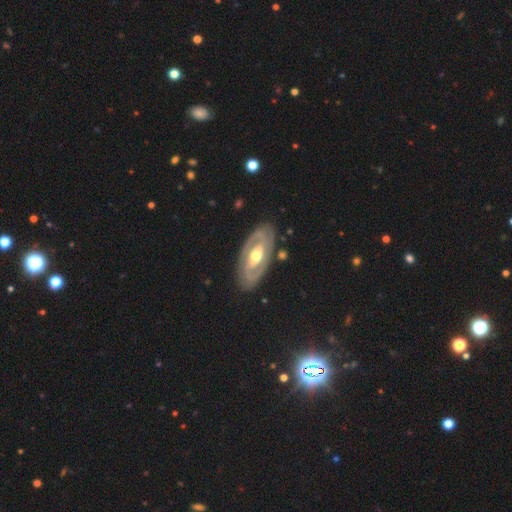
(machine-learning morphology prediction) Smooth or featured? featured or disk (81%)
Edge-on disk? no (92%)
Bar? no (40%)
Spiral arms? yes (71%)
Spiral winding? tight (56%)
Spiral arm count? 2 (79%)
Bulge size? moderate (74%)
Merging? none (84%)